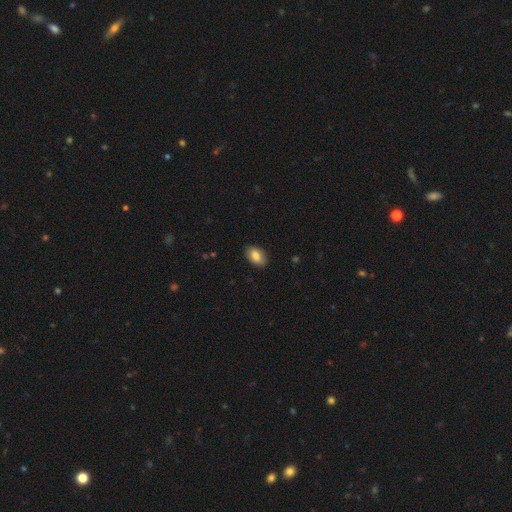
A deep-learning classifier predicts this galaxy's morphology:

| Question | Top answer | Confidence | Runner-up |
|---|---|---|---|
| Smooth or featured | smooth | 83% | featured or disk (10%) |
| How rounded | in between | 91% | round (7%) |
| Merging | none | 85% | minor disturbance (12%) |